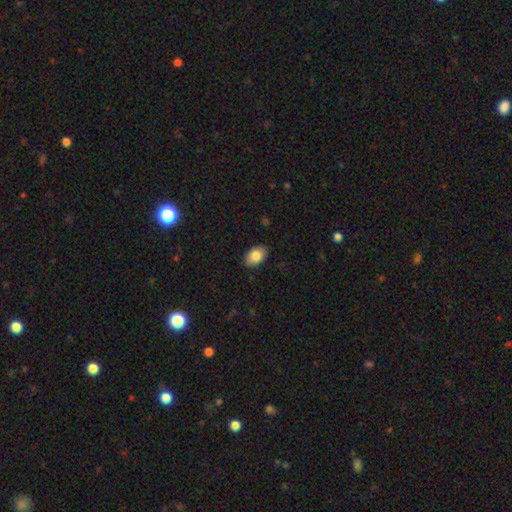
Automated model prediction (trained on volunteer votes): Smooth or featured: smooth — 86% (star or artifact — 7%)
How rounded: in between — 89% (round — 10%)
Merging: none — 88% (minor disturbance — 9%)